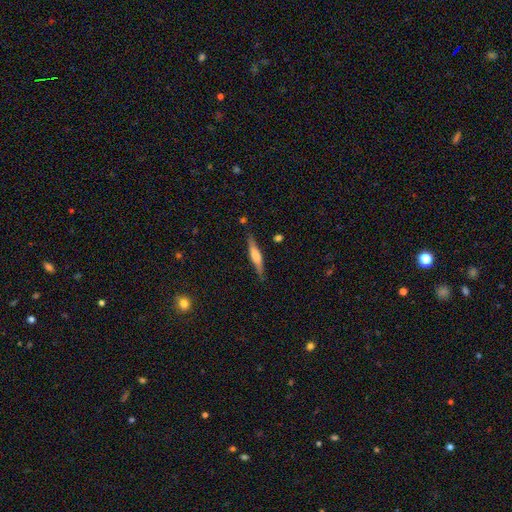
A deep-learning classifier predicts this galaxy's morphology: This is possibly a featured or disk galaxy (55%). It is clearly viewed edge-on (95%). Edge-on bulge: likely rounded (72%). Merging: clearly none (84%).